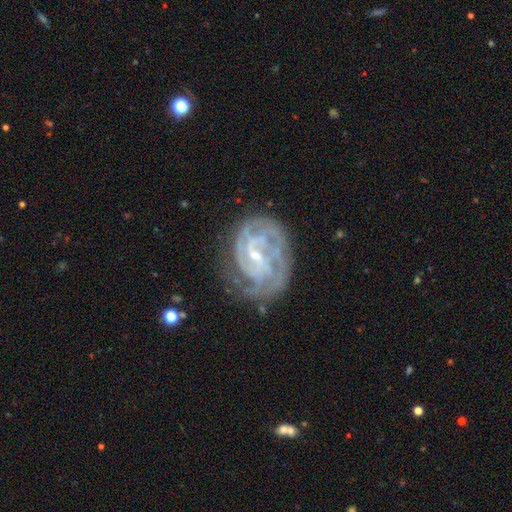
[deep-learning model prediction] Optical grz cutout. It shows a featured or disk galaxy (88%) with a weak bar (51%), 2 (30%) tight (68%) spiral arms (97%) and a small central bulge (72%). Merging: none (71%).